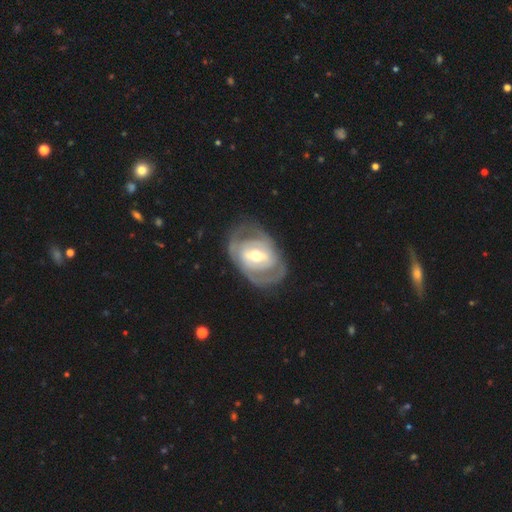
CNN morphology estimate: type=featured or disk (79%); edge-on=no (95%); bar=weak (41%); spiral arms=yes (70%); winding=tight (58%); arm count=2 (49%); bulge=moderate (66%); merging=none (71%).